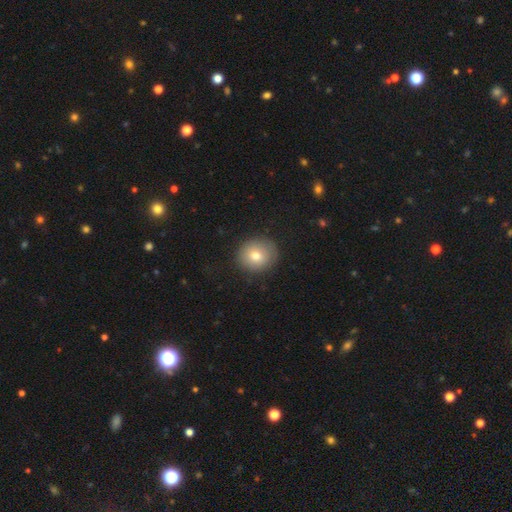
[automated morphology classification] smooth_or_featured: smooth (p=0.74) [alt: featured or disk p=0.17]
how_rounded: round (p=0.76) [alt: in between p=0.23]
merging: none (p=0.84) [alt: minor disturbance p=0.12]